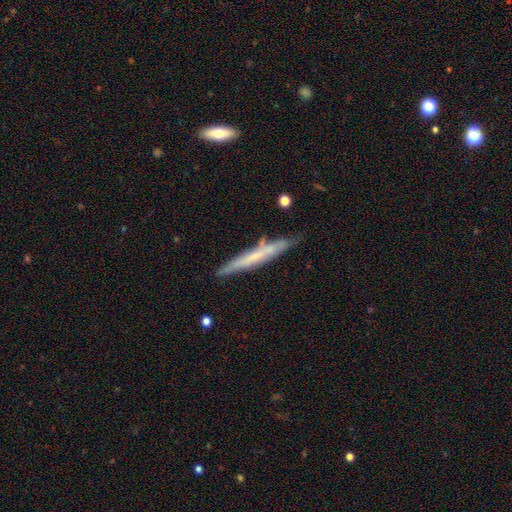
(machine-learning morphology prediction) type=featured or disk (51%); edge-on=yes (90%); merging=none (76%).